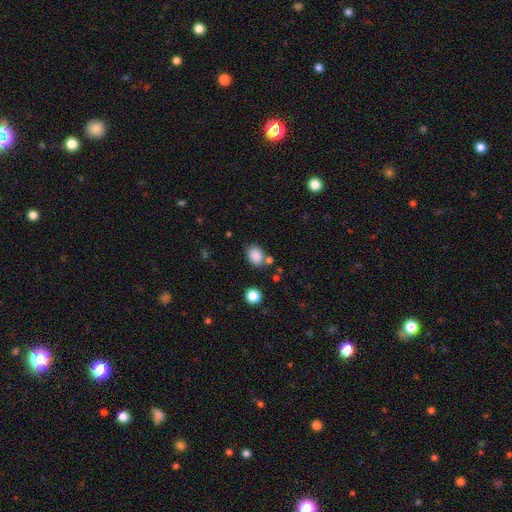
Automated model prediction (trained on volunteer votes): Smooth or featured?
  - smooth: 86% *
  - star or artifact: 10%
  - featured or disk: 4%
How rounded?
  - in between: 61% *
  - round: 38%
  - cigar-shaped: 1%
Merging?
  - none: 74% *
  - minor disturbance: 13%
  - merger: 9%
  - major disturbance: 4%